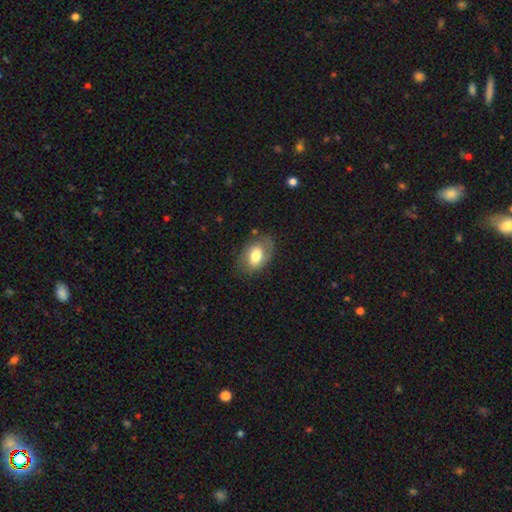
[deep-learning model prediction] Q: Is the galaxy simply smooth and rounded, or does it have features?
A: smooth — 62%.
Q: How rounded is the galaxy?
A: in between — 83%.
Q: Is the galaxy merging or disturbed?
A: none — 69%.